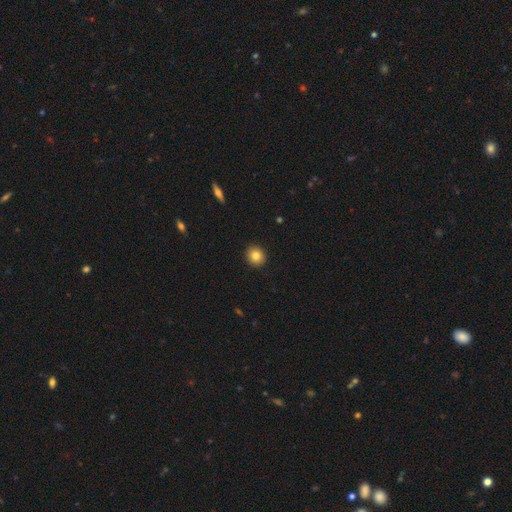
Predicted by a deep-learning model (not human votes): smooth-or-featured: smooth: 83% | star or artifact: 10% | featured or disk: 7%
  how-rounded: round: 89% | in between: 10% | cigar-shaped: 1%
  merging: none: 93% | minor disturbance: 5% | major disturbance: 1% | merger: 1%